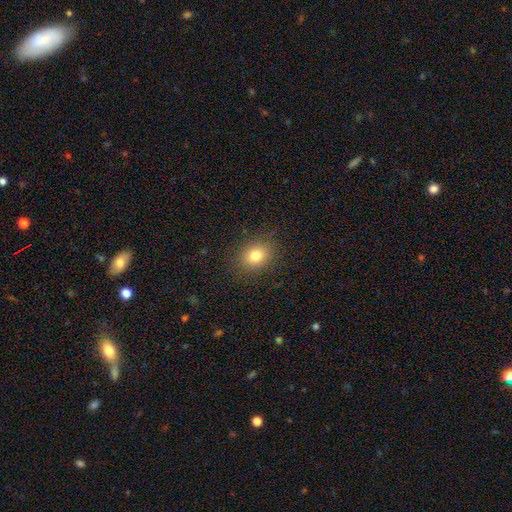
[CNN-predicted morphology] Overall: smooth (79%). How rounded: round (54%; in between 45%). Merging: none (87%).